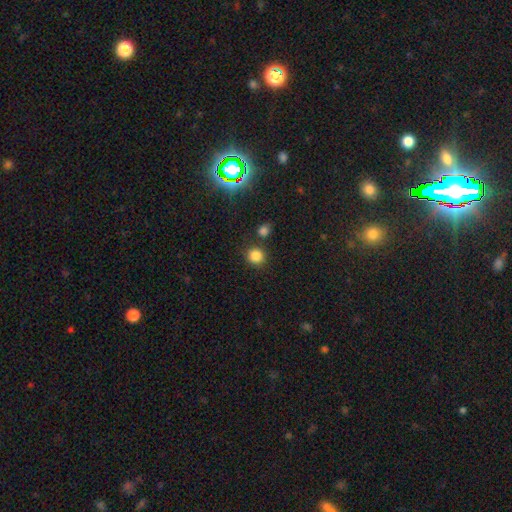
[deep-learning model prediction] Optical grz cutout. It shows a smooth galaxy with no disk features (82%) that is round (89%). Merging: none (79%).